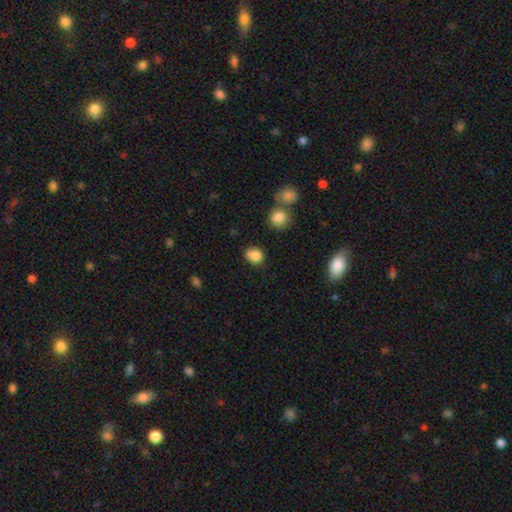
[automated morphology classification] A smooth galaxy with no disk features (83%) that is round (60%).

Vote fractions:
- Smooth or featured? smooth: 83% / star or artifact: 11% / featured or disk: 6%
- How rounded? round: 60% / in between: 39% / cigar-shaped: 1%
- Merging? none: 62% / minor disturbance: 24% / merger: 9% / major disturbance: 6%